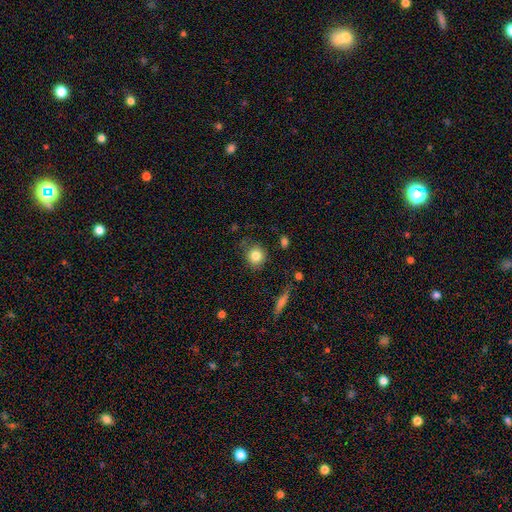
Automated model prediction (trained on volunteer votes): smooth-or-featured: smooth: 83% | star or artifact: 10% | featured or disk: 8%
  how-rounded: round: 85% | in between: 14% | cigar-shaped: 1%
  merging: none: 77% | minor disturbance: 16% | major disturbance: 4% | merger: 2%